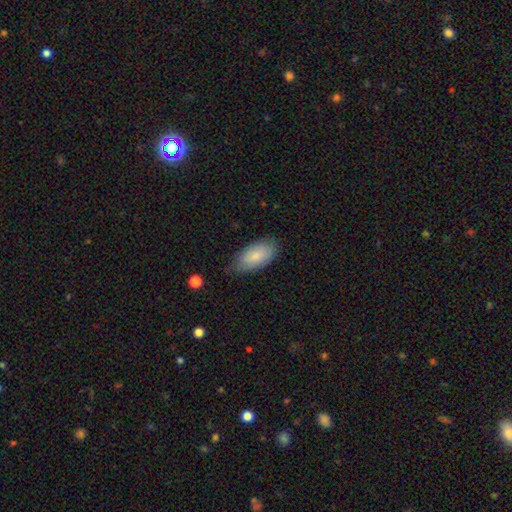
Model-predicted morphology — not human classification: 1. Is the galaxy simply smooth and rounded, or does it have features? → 84% smooth, 10% featured or disk, 6% star or artifact.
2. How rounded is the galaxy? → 93% in between, 5% cigar-shaped, 2% round.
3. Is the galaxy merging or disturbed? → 75% none, 20% minor disturbance, 4% major disturbance, 1% merger.